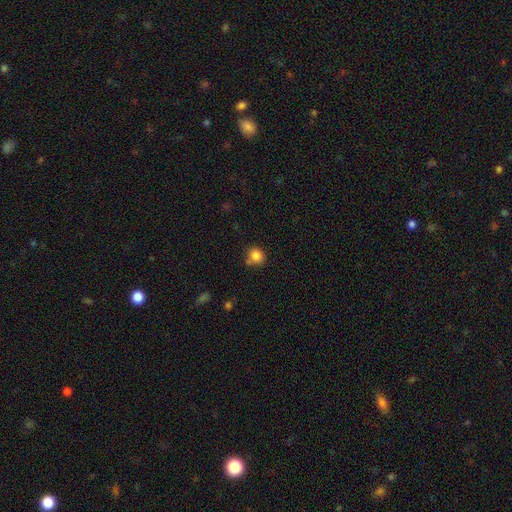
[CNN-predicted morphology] Overall: smooth (84%). How rounded: round (80%). Merging: none (72%).